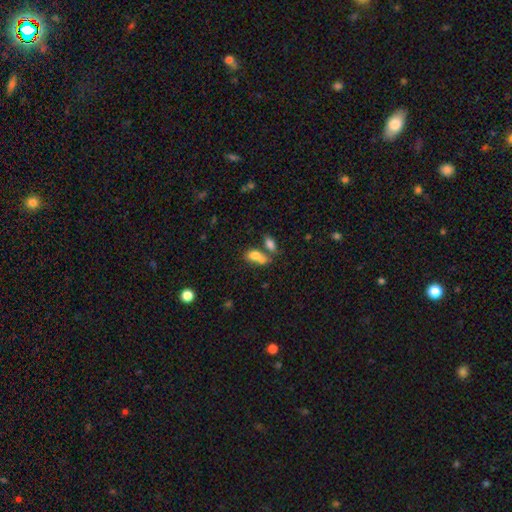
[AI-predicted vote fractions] Overall: smooth (76%). How rounded: in between (84%). Merging: merger (55%; none 30%).